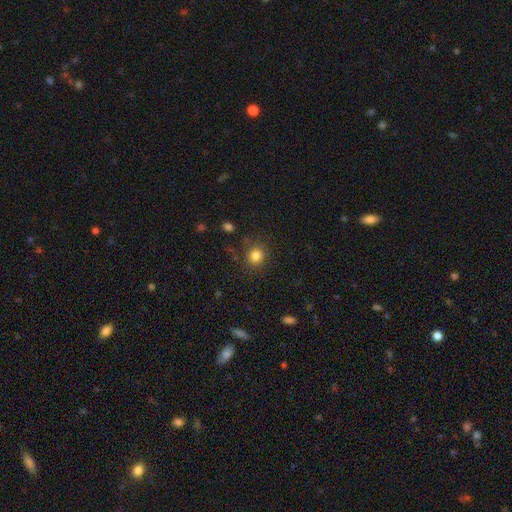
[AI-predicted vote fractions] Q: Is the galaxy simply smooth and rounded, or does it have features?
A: smooth — 83%.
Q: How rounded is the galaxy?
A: round — 83%.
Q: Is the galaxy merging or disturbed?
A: none — 85%.